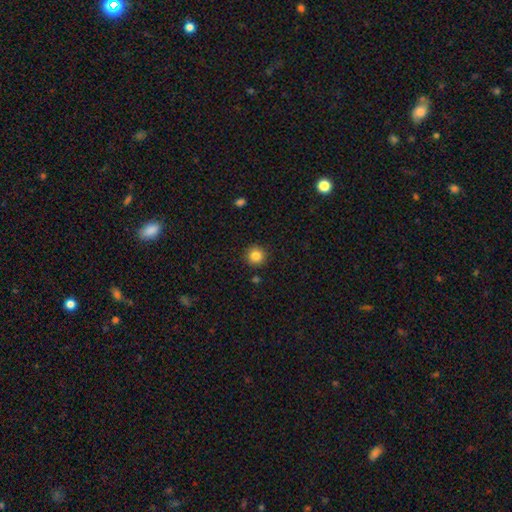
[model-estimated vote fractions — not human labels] The model was most divided on "smooth or featured": smooth: 84%, star or artifact: 11%, featured or disk: 5%. More confident: how rounded — round (95%); merging — none (91%).